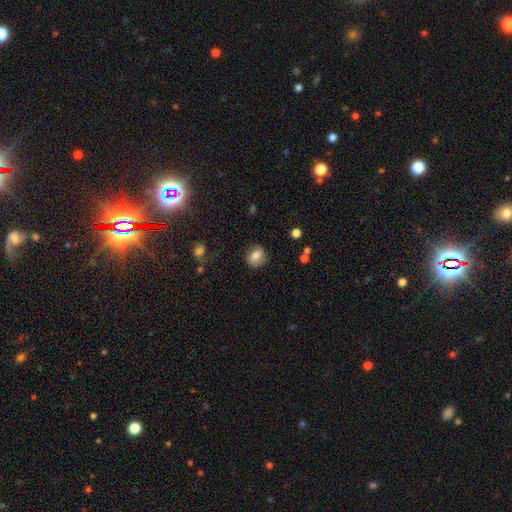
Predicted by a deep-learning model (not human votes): smooth_or_featured: smooth (p=0.76) [alt: featured or disk p=0.14]
how_rounded: round (p=0.61) [alt: in between p=0.38]
merging: none (p=0.78) [alt: minor disturbance p=0.16]